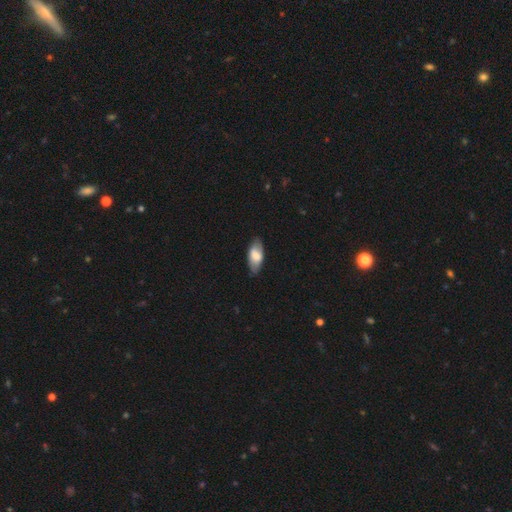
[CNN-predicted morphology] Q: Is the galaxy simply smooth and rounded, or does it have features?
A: smooth — 67%.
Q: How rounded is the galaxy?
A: in between — 87%.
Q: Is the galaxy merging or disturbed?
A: none — 79%.